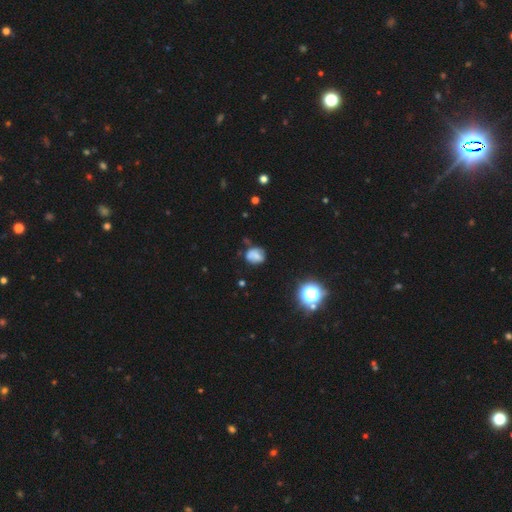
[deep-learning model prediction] Smooth or featured?
  - smooth: 62% *
  - featured or disk: 22%
  - star or artifact: 15%
How rounded?
  - round: 55% *
  - in between: 44%
  - cigar-shaped: 1%
Merging?
  - none: 57% *
  - minor disturbance: 28%
  - major disturbance: 9%
  - merger: 6%